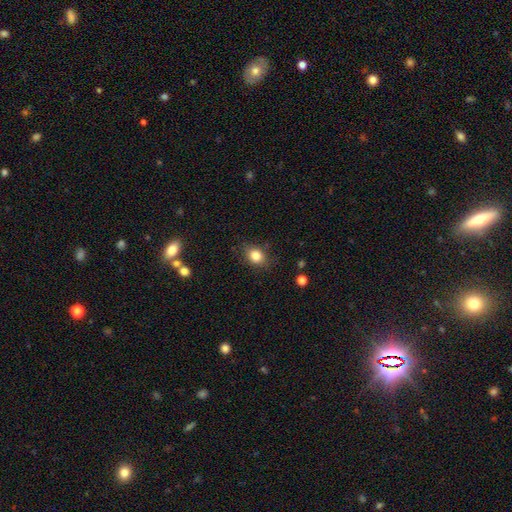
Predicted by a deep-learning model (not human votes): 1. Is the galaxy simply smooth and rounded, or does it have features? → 83% smooth, 10% star or artifact, 7% featured or disk.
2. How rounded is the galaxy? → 51% in between, 48% round, 1% cigar-shaped.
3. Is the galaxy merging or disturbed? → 80% none, 15% minor disturbance, 4% major disturbance, 1% merger.